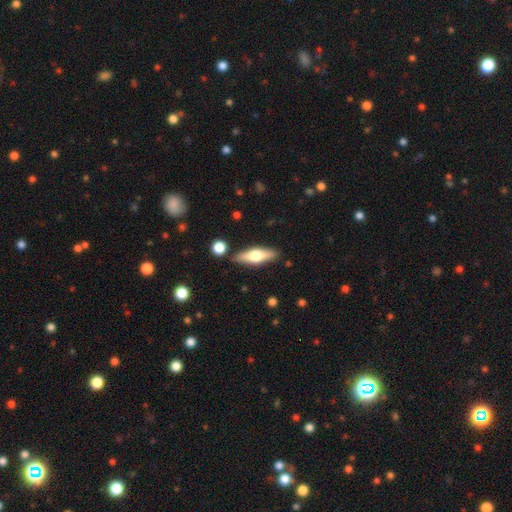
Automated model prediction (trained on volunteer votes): A smooth galaxy with no disk features (49%). Merging: none (85%).